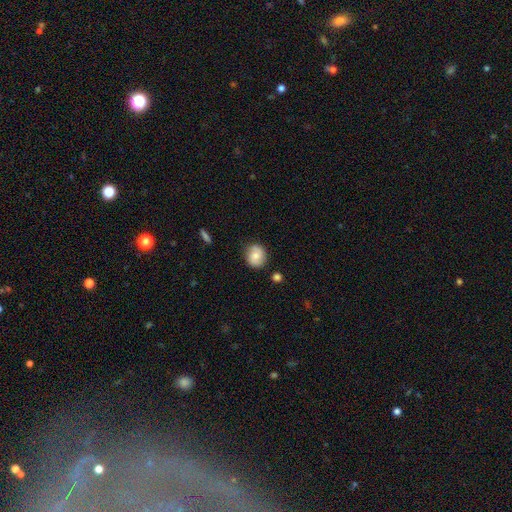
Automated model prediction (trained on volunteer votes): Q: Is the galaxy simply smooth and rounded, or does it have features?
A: smooth — 71%.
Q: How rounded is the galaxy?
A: round — 77%.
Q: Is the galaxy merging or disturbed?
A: none — 79%.